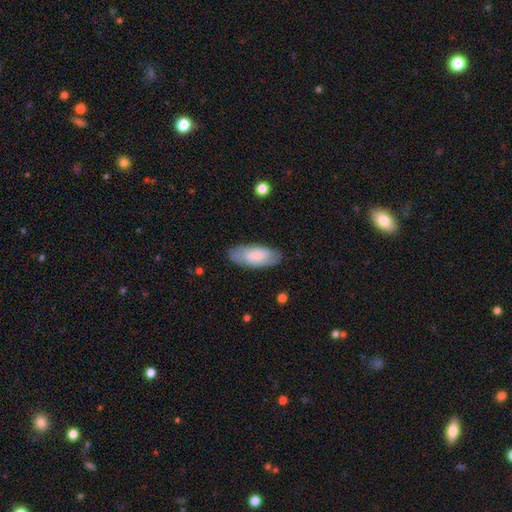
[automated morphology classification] Smooth or featured: smooth — 67% (featured or disk — 26%)
How rounded: in between — 86% (cigar-shaped — 13%)
Merging: none — 80% (minor disturbance — 15%)